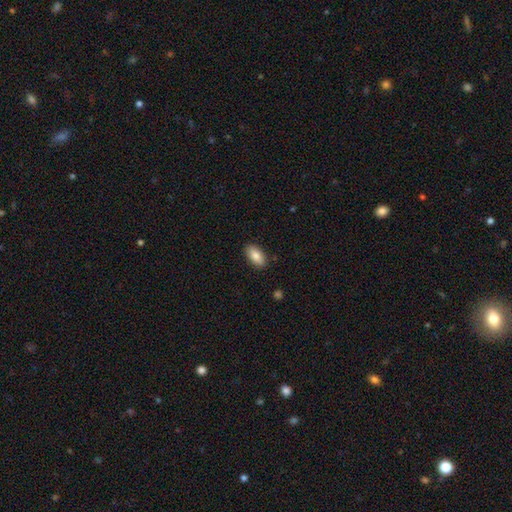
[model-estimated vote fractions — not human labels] A smooth galaxy with no disk features (84%) that is in between round and cigar-shaped (91%). Merging: none (89%).